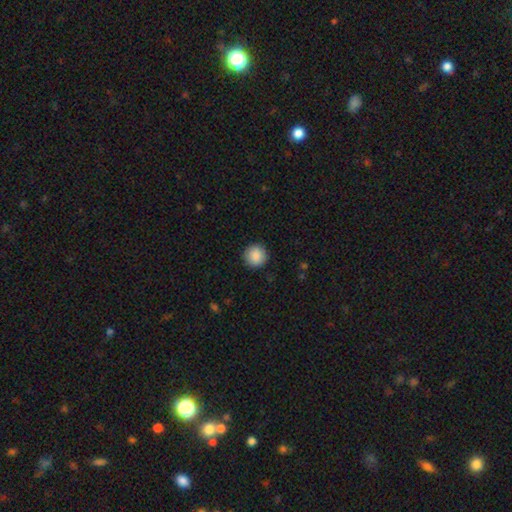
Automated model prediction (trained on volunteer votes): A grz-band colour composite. It shows a smooth galaxy with no disk features (89%) that is round (95%). Merging: none (91%).